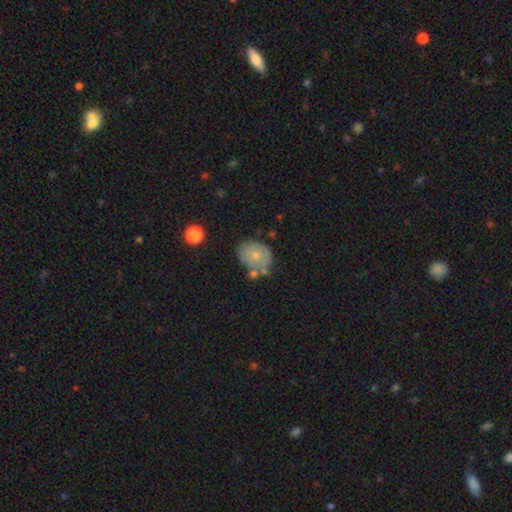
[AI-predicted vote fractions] Q: Smooth or featured?
A: smooth (62%); runner-up: featured or disk (29%)
Q: How rounded?
A: round (51%); runner-up: in between (48%)
Q: Merging?
A: none (60%); runner-up: minor disturbance (22%)